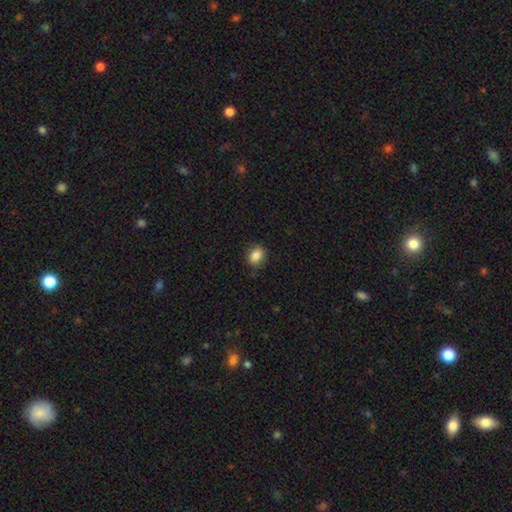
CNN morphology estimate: type=smooth (86%); roundness=round (52%); merging=none (85%).